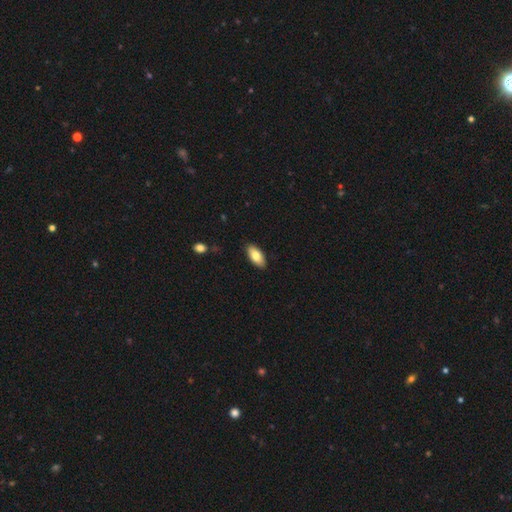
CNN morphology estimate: smooth-or-featured: smooth: 80% | featured or disk: 14% | star or artifact: 6%
  how-rounded: in between: 89% | cigar-shaped: 8% | round: 2%
  merging: none: 89% | minor disturbance: 8% | major disturbance: 2% | merger: 1%